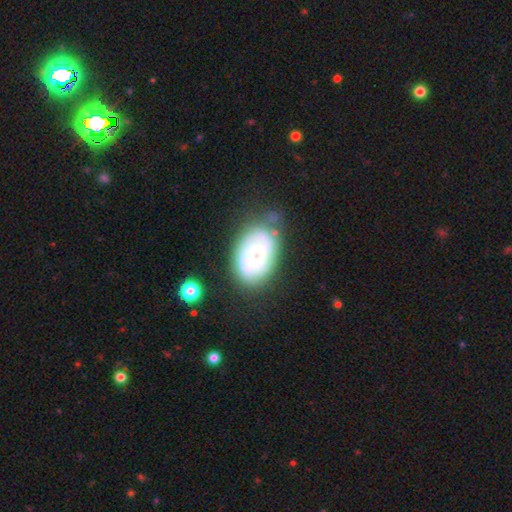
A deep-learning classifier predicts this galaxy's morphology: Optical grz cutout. It shows a featured or disk galaxy (54%) with no bar (84%), no spiral arms (63%) and a moderate central bulge (50%). Merging: none (55%).